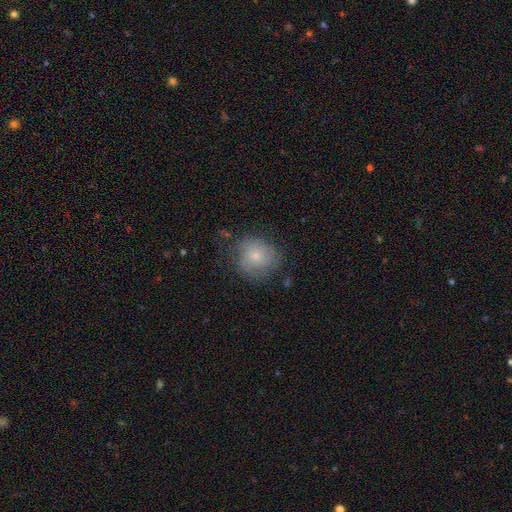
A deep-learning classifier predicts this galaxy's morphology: type=smooth (64%); roundness=round (84%); merging=none (61%).